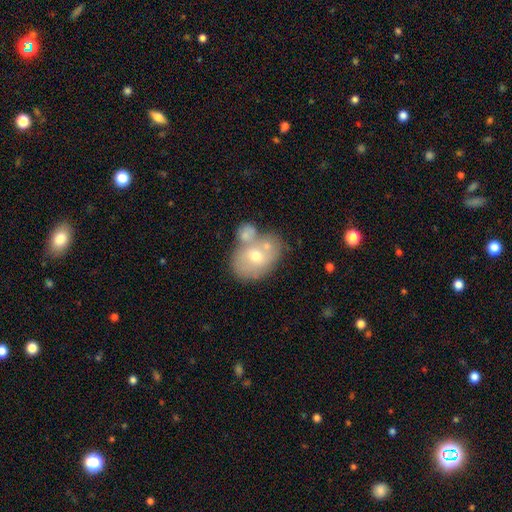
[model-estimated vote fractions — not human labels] Q: Smooth or featured?
A: smooth (54%); runner-up: featured or disk (37%)
Q: How rounded?
A: in between (58%); runner-up: round (41%)
Q: Merging?
A: merger (46%); runner-up: none (35%)